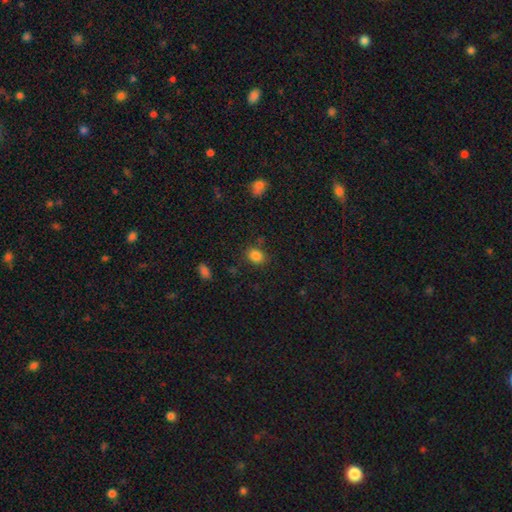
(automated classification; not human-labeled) smooth 84%, star or artifact 11%, featured or disk 5%. Down the decision tree: how rounded — in between (53%); merging — none (81%).